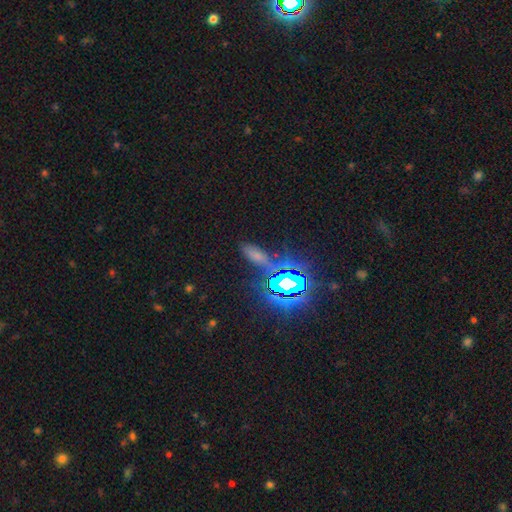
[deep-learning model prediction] The model was most divided on "smooth or featured": star or artifact: 49%, smooth: 38%, featured or disk: 13%.